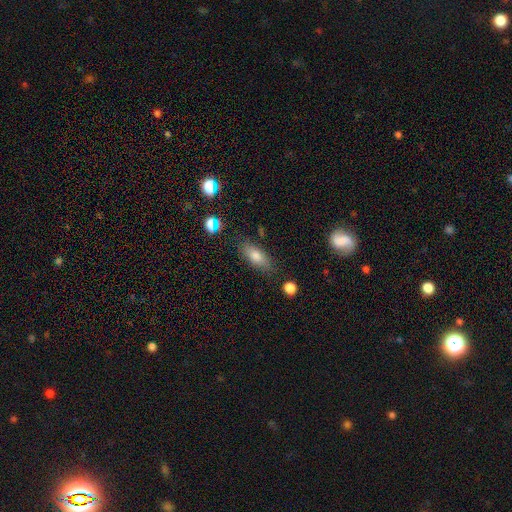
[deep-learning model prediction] A smooth galaxy with no disk features (76%) that is in between round and cigar-shaped (75%). Merging: none (81%).